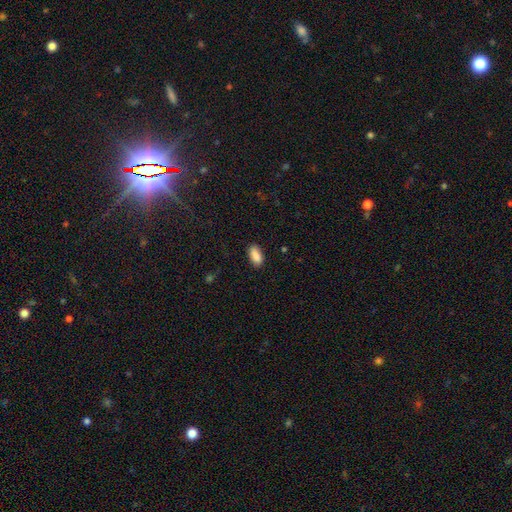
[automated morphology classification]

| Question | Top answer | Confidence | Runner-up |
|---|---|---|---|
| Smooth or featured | smooth | 89% | star or artifact (7%) |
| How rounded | in between | 89% | cigar-shaped (9%) |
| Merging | none | 84% | minor disturbance (12%) |